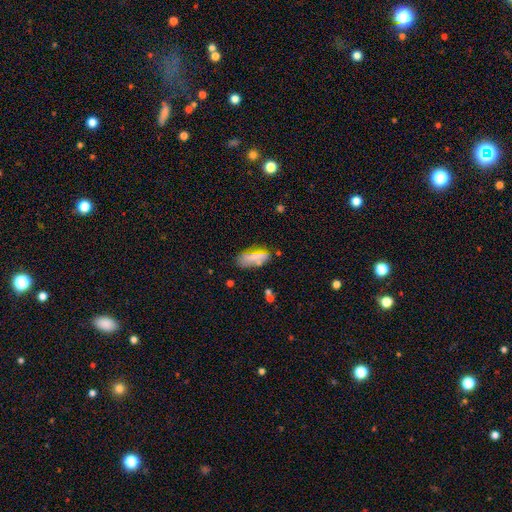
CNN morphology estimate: smooth 66%, featured or disk 24%, star or artifact 11%. Down the decision tree: how rounded — in between (68%); merging — none (59%).